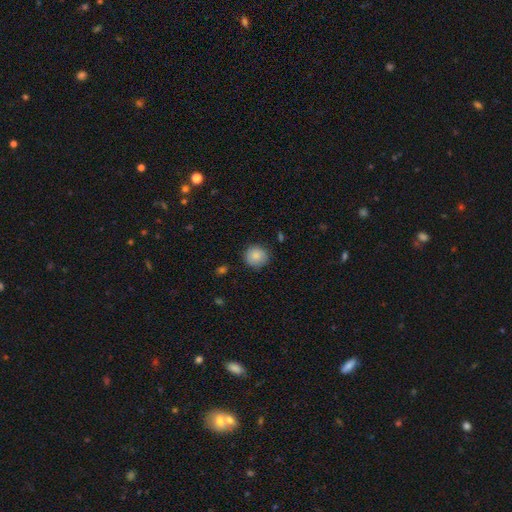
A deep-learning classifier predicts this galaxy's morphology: Smooth or featured?
  - smooth: 87% *
  - star or artifact: 8%
  - featured or disk: 5%
How rounded?
  - round: 92% *
  - in between: 7%
  - cigar-shaped: 1%
Merging?
  - none: 86% *
  - minor disturbance: 11%
  - major disturbance: 3%
  - merger: 1%